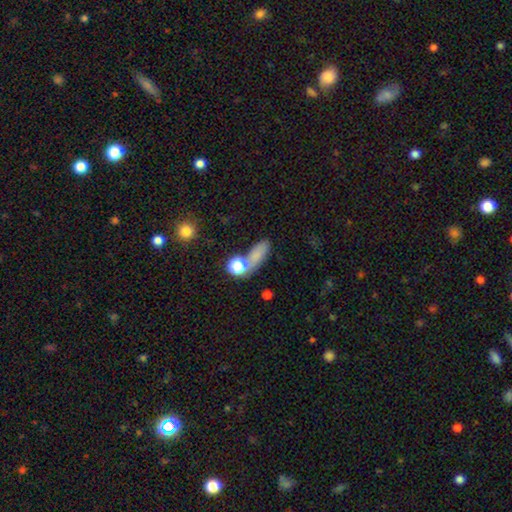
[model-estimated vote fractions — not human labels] Smooth or featured? Predicted: smooth (p=0.71). How rounded? Predicted: in between (p=0.57). Merging? Predicted: none (p=0.55).